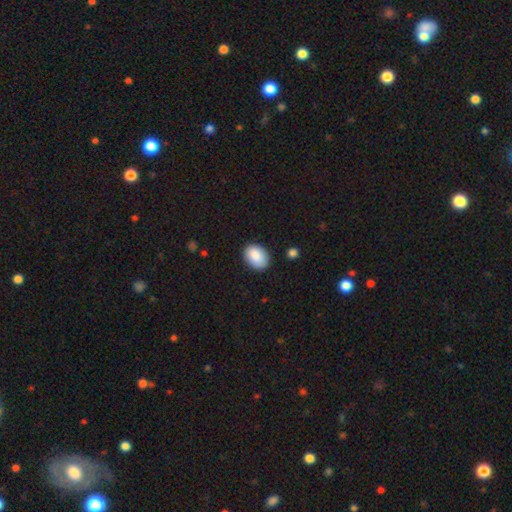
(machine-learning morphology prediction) Smooth or featured? Predicted: smooth (p=0.89). How rounded? Predicted: in between (p=0.80). Merging? Predicted: none (p=0.84).